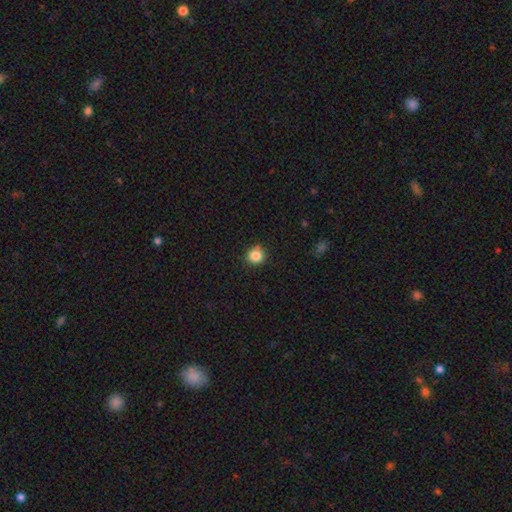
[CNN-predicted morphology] smooth_or_featured: smooth (p=0.85) [alt: star or artifact p=0.11]
how_rounded: round (p=0.92) [alt: in between p=0.07]
merging: none (p=0.83) [alt: minor disturbance p=0.13]